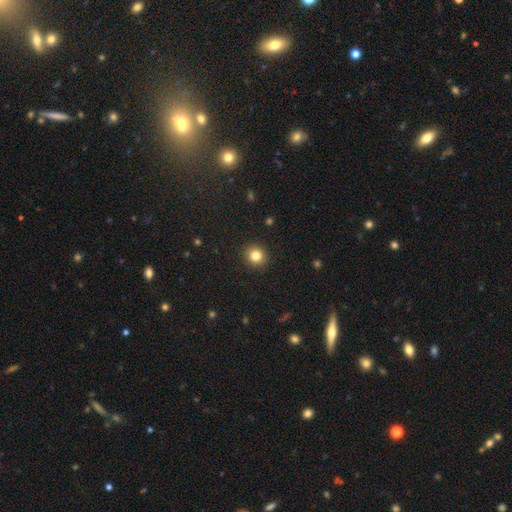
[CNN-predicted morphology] Smooth or featured? smooth (83%)
How rounded? round (88%)
Merging? none (91%)